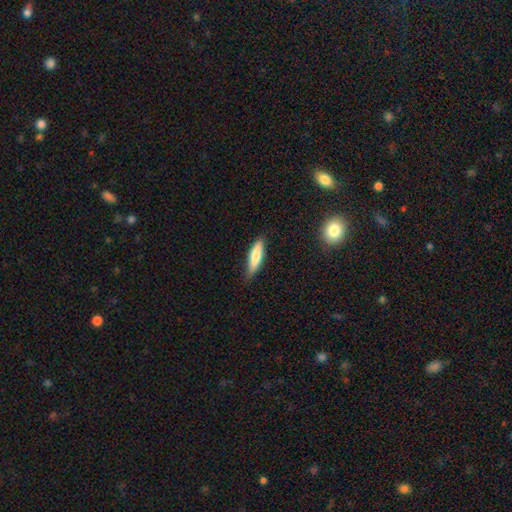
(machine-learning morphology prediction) smooth-or-featured: smooth: 75% | featured or disk: 19% | star or artifact: 6%
  how-rounded: cigar-shaped: 66% | in between: 32% | round: 2%
  merging: none: 84% | minor disturbance: 13% | major disturbance: 2% | merger: 1%